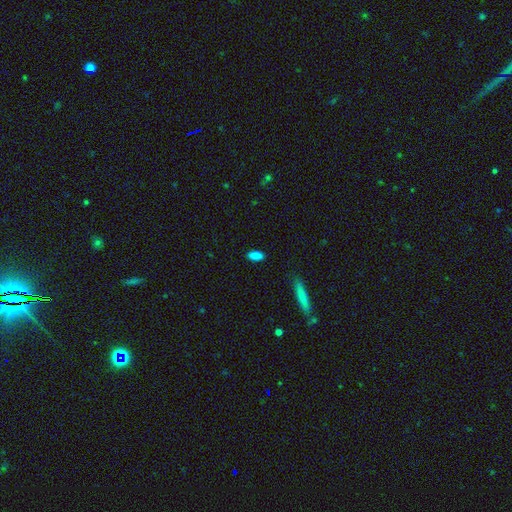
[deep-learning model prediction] A smooth galaxy with no disk features (86%) that is in between round and cigar-shaped (84%). Merging: none (88%).